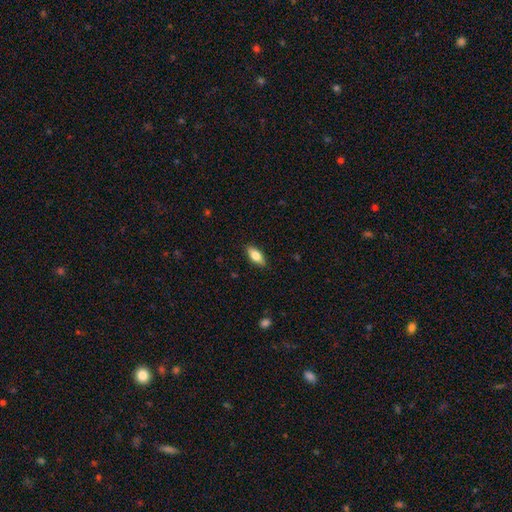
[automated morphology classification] A smooth galaxy with no disk features (73%) that is in between round and cigar-shaped (78%). Merging: none (88%).